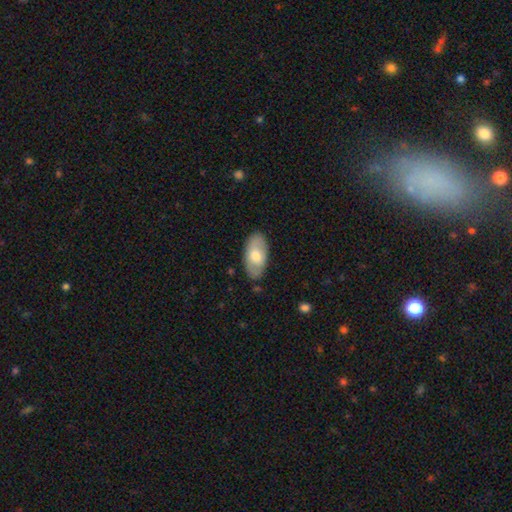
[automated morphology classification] Smooth or featured? smooth (65%)
How rounded? in between (94%)
Merging? none (82%)